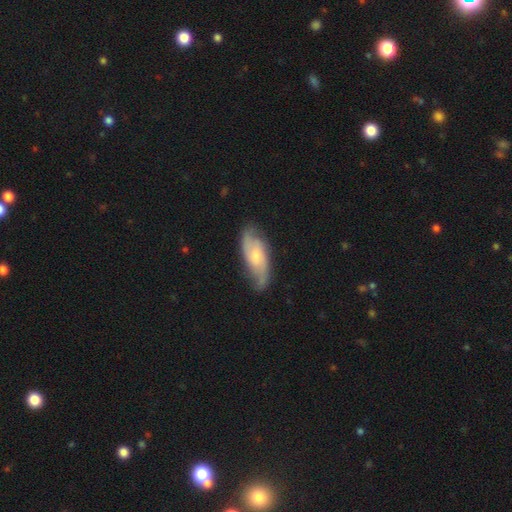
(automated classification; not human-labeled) Overall: featured or disk (70%). Edge-on disk: no (90%). Bar: no (58%; weak 35%). Spiral arms: yes (93%). Spiral arm count: 2 (79%). Spiral winding: medium (45%; loose 32%). Bulge size: small (47%; moderate 41%). Merging: none (72%).